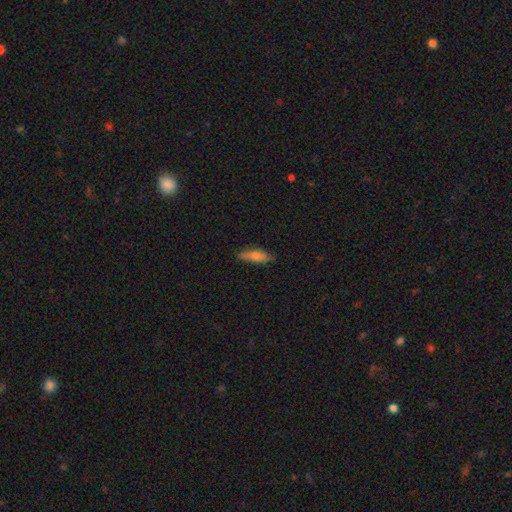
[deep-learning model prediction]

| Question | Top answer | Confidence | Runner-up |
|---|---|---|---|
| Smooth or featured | smooth | 67% | featured or disk (26%) |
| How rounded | cigar-shaped | 54% | in between (44%) |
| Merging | none | 78% | minor disturbance (18%) |